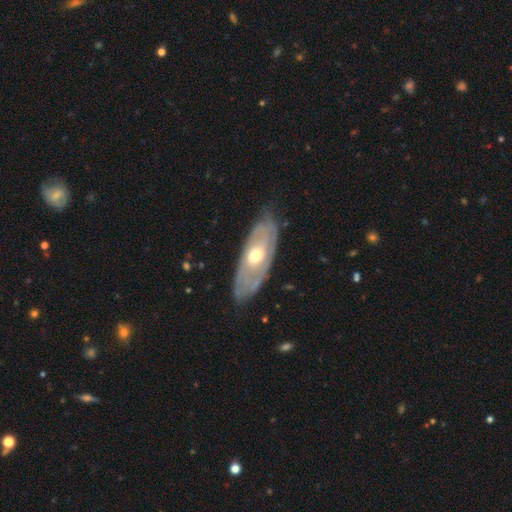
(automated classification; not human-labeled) smooth_or_featured: featured or disk (p=0.69) [alt: smooth p=0.26]
disk_edge_on: no (p=0.81) [alt: yes p=0.19]
bar: no (p=0.77) [alt: weak p=0.18]
has_spiral_arms: yes (p=0.63) [alt: no p=0.37]
bulge_size: moderate (p=0.68) [alt: small p=0.25]
merging: none (p=0.73) [alt: minor disturbance p=0.20]